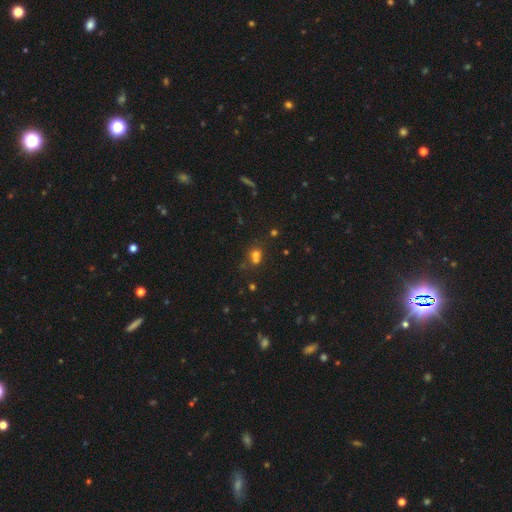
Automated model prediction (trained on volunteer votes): A smooth galaxy with no disk features (63%) that is round (69%).

Vote fractions:
- Smooth or featured? smooth: 63% / star or artifact: 23% / featured or disk: 13%
- How rounded? round: 69% / in between: 29% / cigar-shaped: 1%
- Merging? merger: 48% / none: 37% / minor disturbance: 10% / major disturbance: 5%